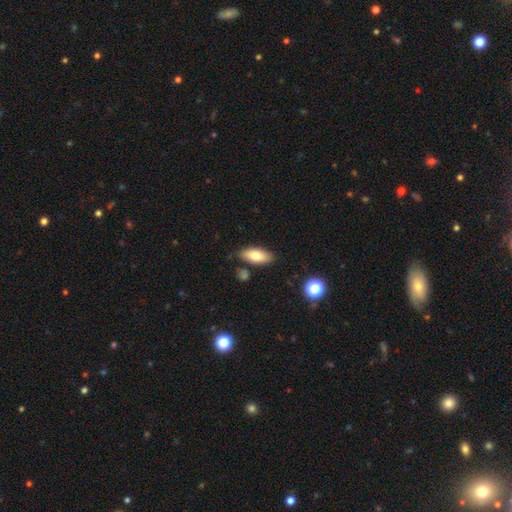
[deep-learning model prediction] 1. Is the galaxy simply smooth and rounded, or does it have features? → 75% smooth, 18% featured or disk, 7% star or artifact.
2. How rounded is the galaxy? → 85% in between, 12% cigar-shaped, 3% round.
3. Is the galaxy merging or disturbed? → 80% none, 13% minor disturbance, 4% merger, 3% major disturbance.